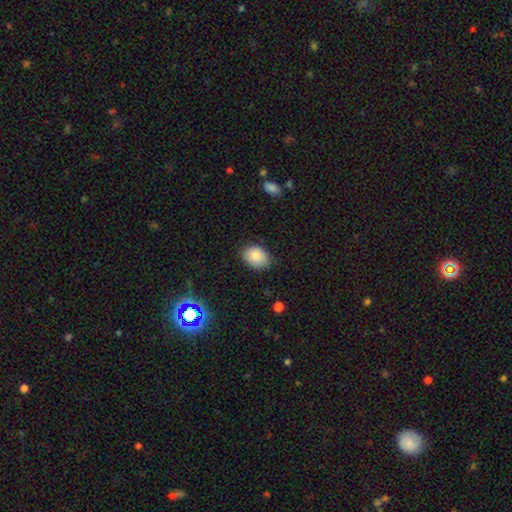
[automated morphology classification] Smooth or featured? Predicted: smooth (p=0.86). How rounded? Predicted: in between (p=0.72). Merging? Predicted: none (p=0.80).